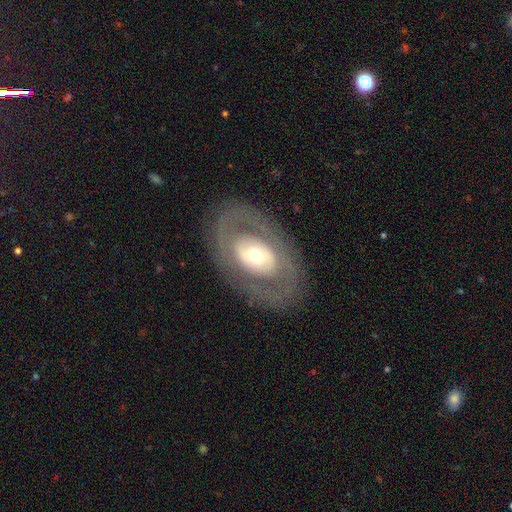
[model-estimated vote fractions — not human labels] Morphology: type=featured or disk (63%); edge-on=no (90%); bar=no (71%); spiral arms=no (77%); bulge=moderate (58%); merging=none (79%).